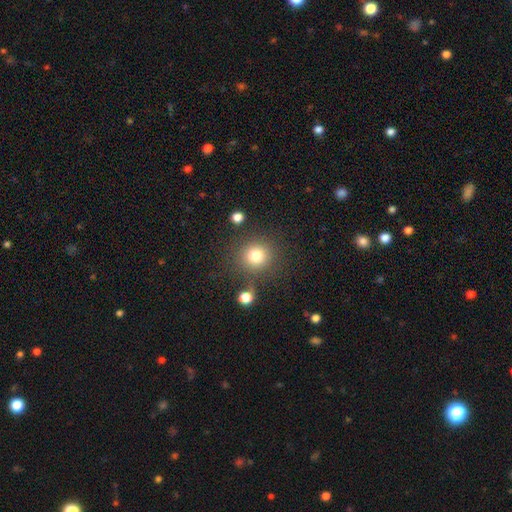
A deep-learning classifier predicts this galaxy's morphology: smooth_or_featured: smooth (p=0.79) [alt: star or artifact p=0.13]
how_rounded: round (p=0.91) [alt: in between p=0.08]
merging: none (p=0.80) [alt: minor disturbance p=0.10]